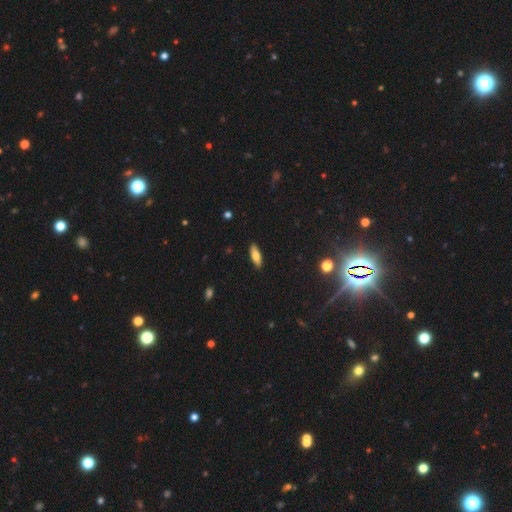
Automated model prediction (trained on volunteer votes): Overall: smooth (76%). How rounded: in between (62%; cigar-shaped 36%). Merging: none (89%).